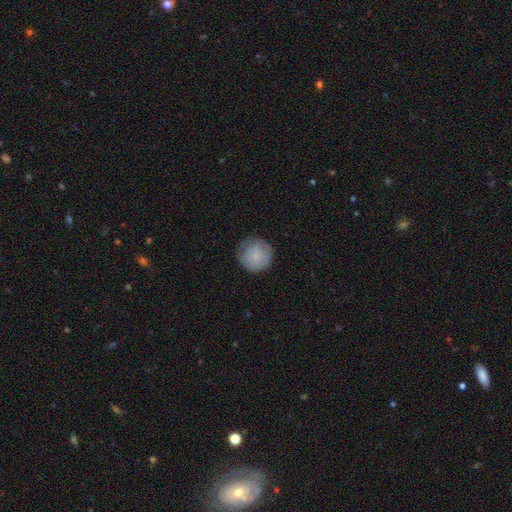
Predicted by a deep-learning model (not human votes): Smooth or featured: smooth — 77% (featured or disk — 17%)
How rounded: round — 93% (in between — 6%)
Merging: none — 75% (minor disturbance — 19%)